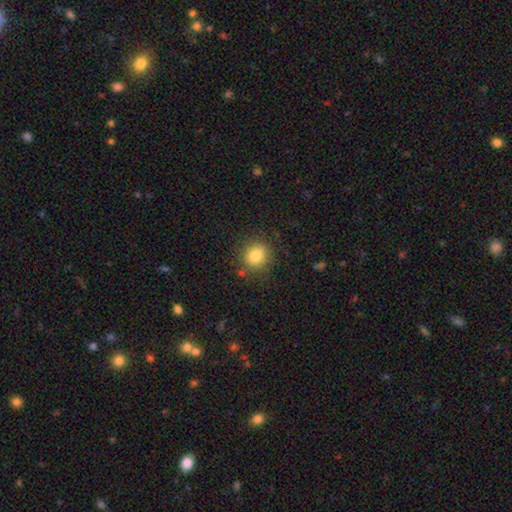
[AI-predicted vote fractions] Morphology: type=smooth (81%); roundness=round (87%); merging=none (84%).